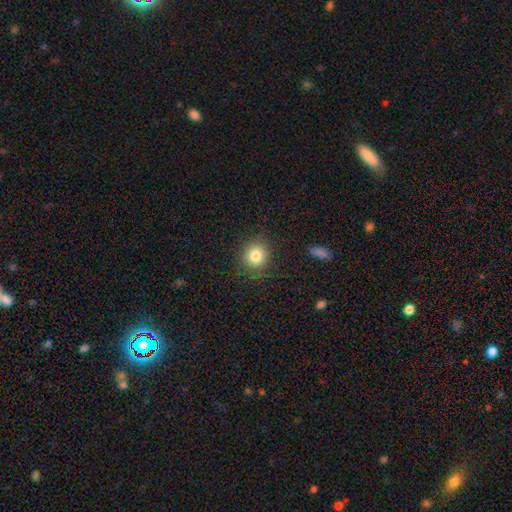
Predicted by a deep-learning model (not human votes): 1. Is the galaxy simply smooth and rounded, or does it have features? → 81% smooth, 11% star or artifact, 7% featured or disk.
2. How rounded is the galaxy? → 86% round, 13% in between, 1% cigar-shaped.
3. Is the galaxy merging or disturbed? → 89% none, 8% minor disturbance, 3% major disturbance, 1% merger.